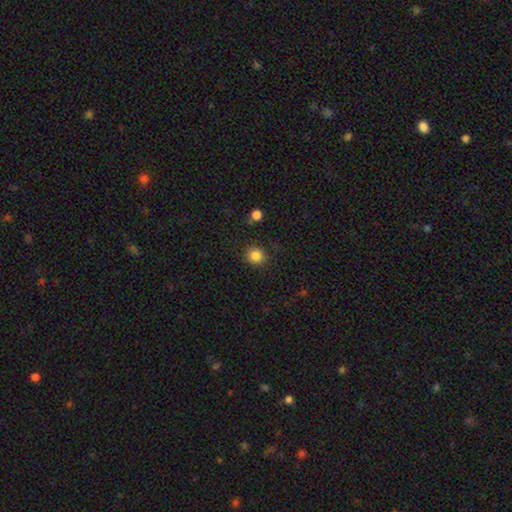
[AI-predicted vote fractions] Smooth or featured?
  - smooth: 85% *
  - star or artifact: 11%
  - featured or disk: 4%
How rounded?
  - round: 86% *
  - in between: 13%
  - cigar-shaped: 1%
Merging?
  - none: 88% *
  - minor disturbance: 8%
  - major disturbance: 3%
  - merger: 2%